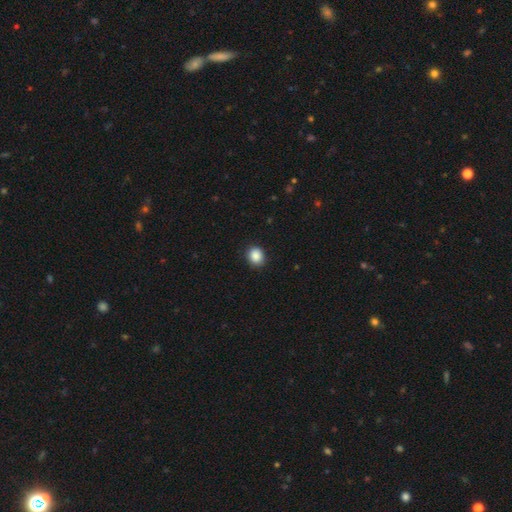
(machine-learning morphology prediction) This is clearly a smooth galaxy (89%). How rounded: likely round (72%). Merging: clearly none (89%).